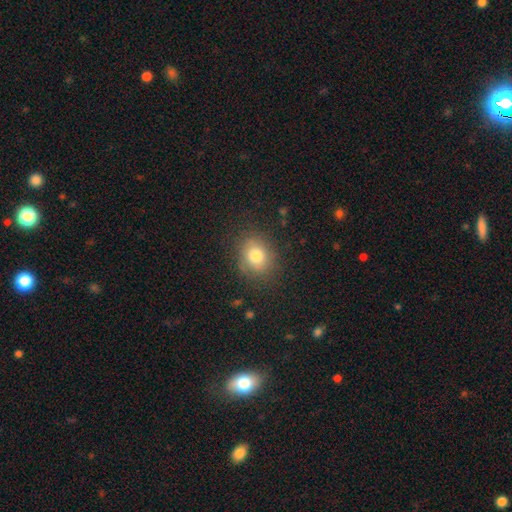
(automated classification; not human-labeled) This is likely a smooth galaxy (77%). How rounded: likely round (60%). Merging: likely none (79%).